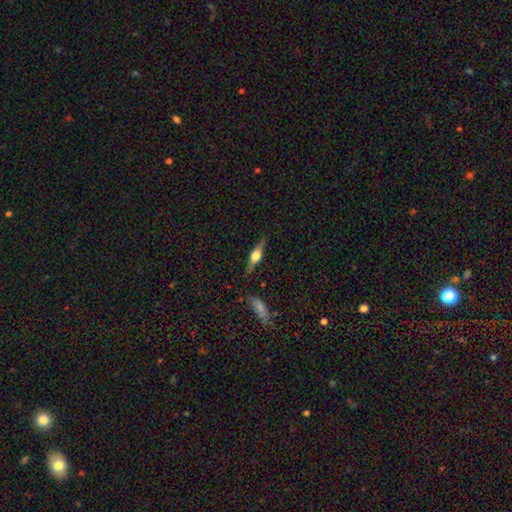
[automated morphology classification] Q: Smooth or featured?
A: featured or disk (71%); runner-up: smooth (22%)
Q: Edge-on disk?
A: yes (96%); runner-up: no (4%)
Q: Edge-on bulge?
A: rounded (92%); runner-up: boxy (6%)
Q: Merging?
A: none (84%); runner-up: minor disturbance (11%)